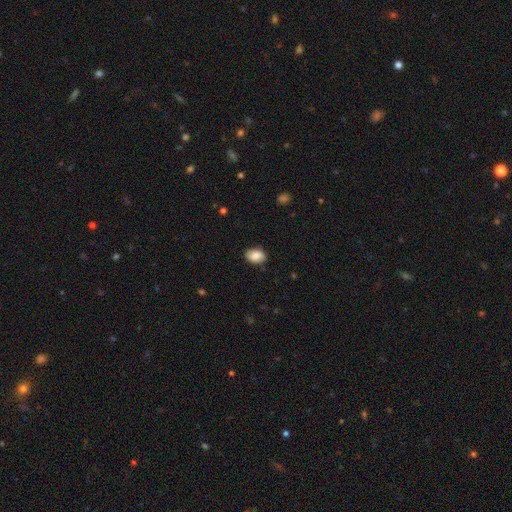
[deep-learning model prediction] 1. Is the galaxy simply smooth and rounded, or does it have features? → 85% smooth, 8% featured or disk, 7% star or artifact.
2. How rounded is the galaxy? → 81% in between, 18% round, 1% cigar-shaped.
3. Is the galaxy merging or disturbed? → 85% none, 11% minor disturbance, 2% major disturbance, 1% merger.